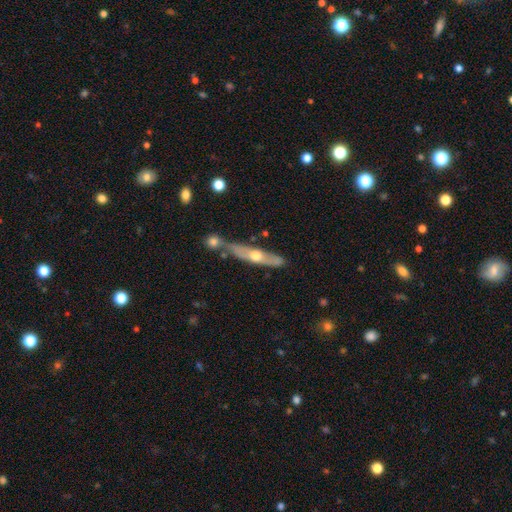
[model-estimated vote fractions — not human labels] Smooth or featured? Predicted: featured or disk (p=0.66). Edge-on disk? Predicted: yes (p=0.81). Edge-on bulge? Predicted: rounded (p=0.85). Merging? Predicted: none (p=0.62).